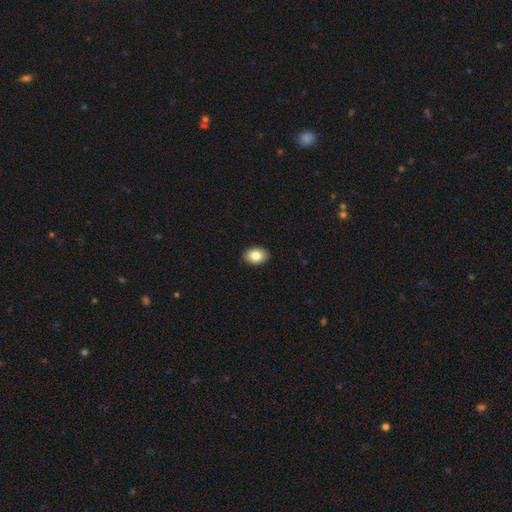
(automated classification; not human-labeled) This appears to be a smooth galaxy with no disk features (83%) that is in between round and cigar-shaped (77%). Merging: none (91%).